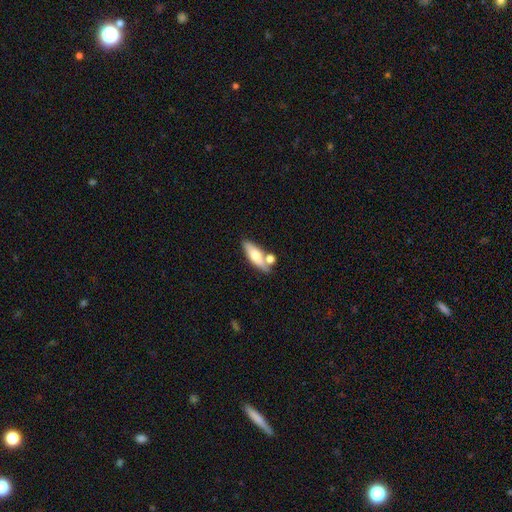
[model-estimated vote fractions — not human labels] A smooth galaxy with no disk features (62%) that is in between round and cigar-shaped (54%). Merging: none (60%).